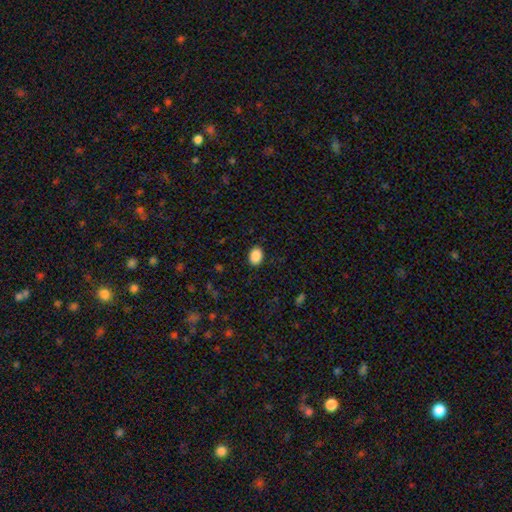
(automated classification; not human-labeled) Smooth or featured: smooth — 89% (star or artifact — 8%)
How rounded: in between — 76% (round — 23%)
Merging: none — 88% (minor disturbance — 8%)